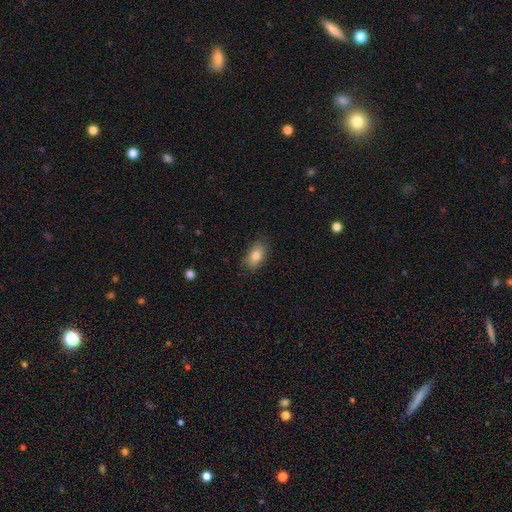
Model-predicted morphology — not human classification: smooth 81%, featured or disk 12%, star or artifact 8%. Down the decision tree: how rounded — in between (90%); merging — none (82%).